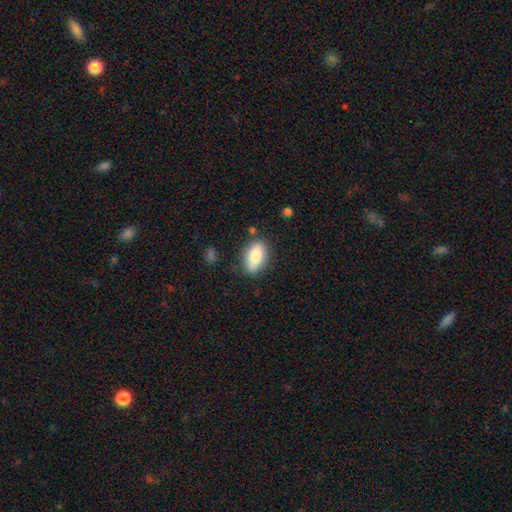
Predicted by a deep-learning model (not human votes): smooth 82%, featured or disk 12%, star or artifact 7%. Down the decision tree: how rounded — in between (90%); merging — none (77%).